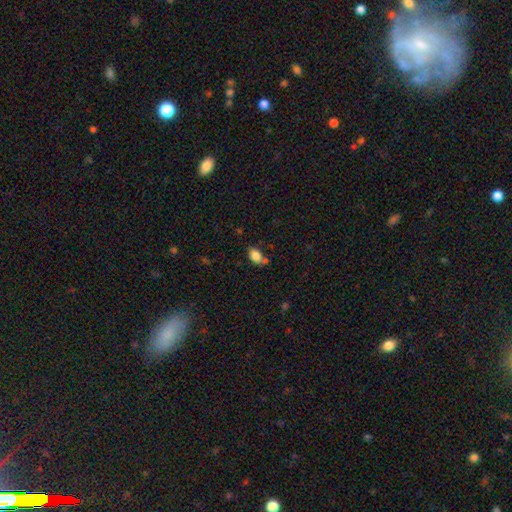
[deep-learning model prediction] This appears to be a smooth galaxy with no disk features (83%) that is in between round and cigar-shaped (85%). Merging: none (60%).